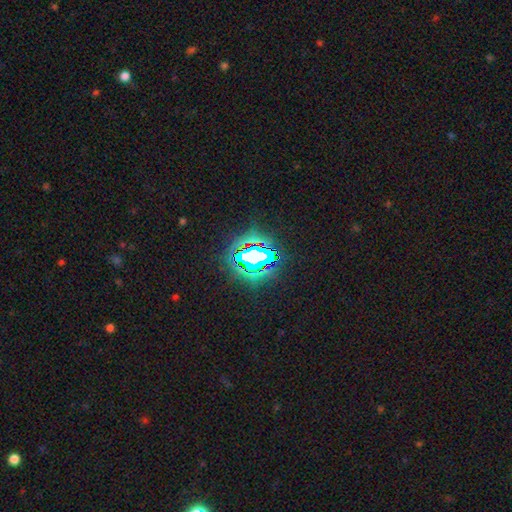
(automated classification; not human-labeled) Morphology: type=star or artifact (69%).